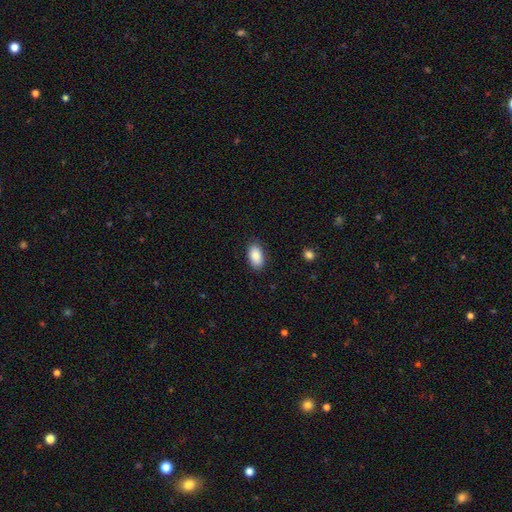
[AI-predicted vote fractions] Smooth or featured?
  - smooth: 88% *
  - star or artifact: 7%
  - featured or disk: 5%
How rounded?
  - in between: 93% *
  - round: 4%
  - cigar-shaped: 2%
Merging?
  - none: 86% *
  - minor disturbance: 11%
  - major disturbance: 2%
  - merger: 1%